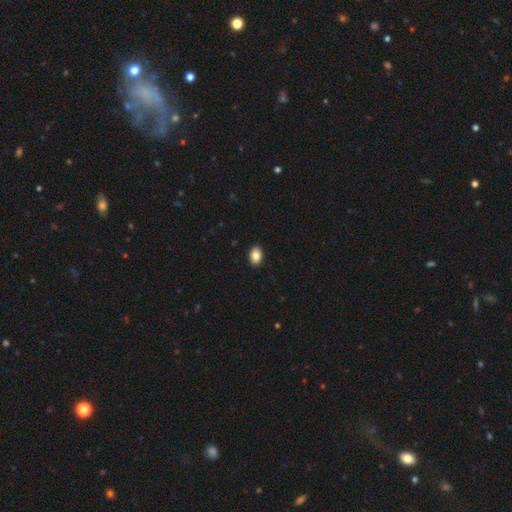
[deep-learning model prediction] The model was most divided on "how rounded": in between: 79%, round: 20%, cigar-shaped: 1%. More confident: merging — none (91%); smooth or featured — smooth (86%).